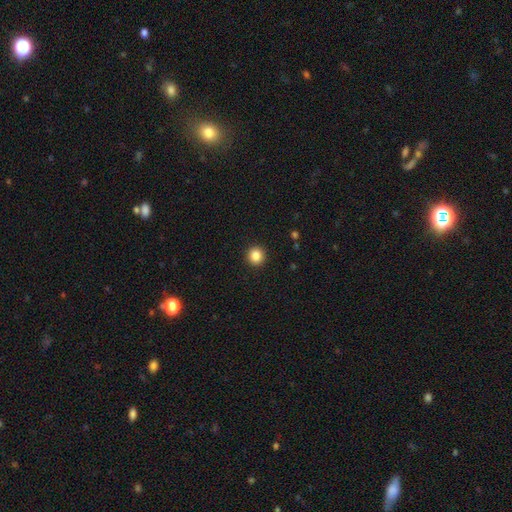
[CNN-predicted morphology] Smooth or featured? smooth (85%)
How rounded? round (93%)
Merging? none (93%)